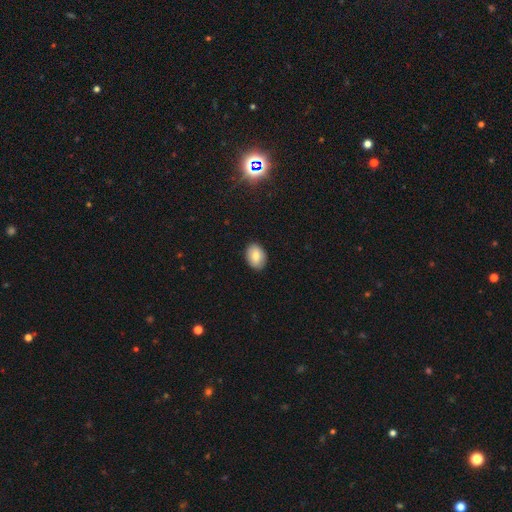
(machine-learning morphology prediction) This is likely a smooth galaxy (77%). How rounded: likely in between (76%). Merging: clearly none (88%).